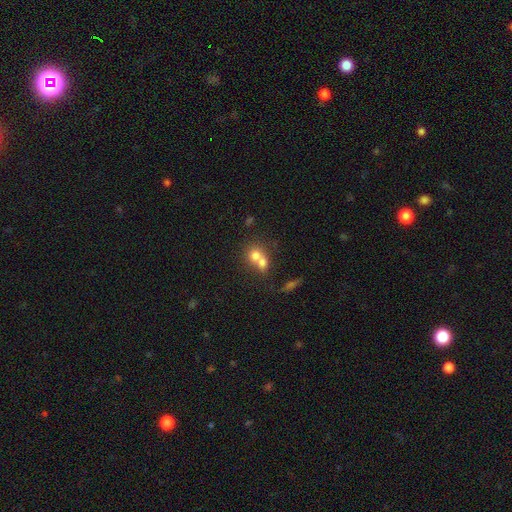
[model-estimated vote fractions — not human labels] This appears to be a smooth galaxy with no disk features (70%) that is round (72%). Merging: merger (66%).